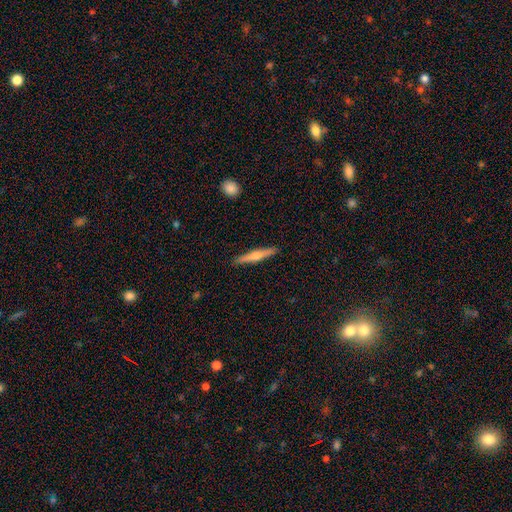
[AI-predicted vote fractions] featured or disk 50%, smooth 45%, star or artifact 6%. Down the decision tree: merging — none (91%).